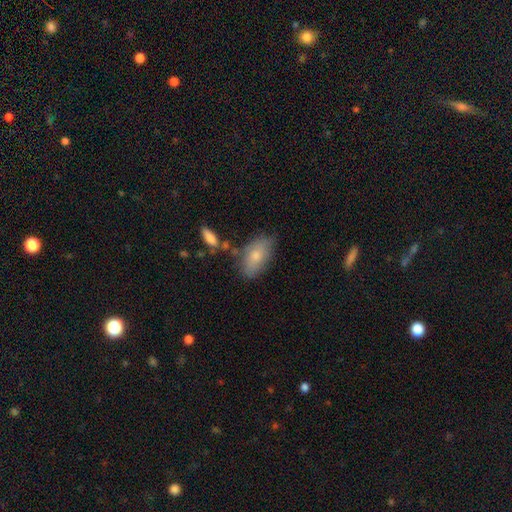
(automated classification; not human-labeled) A smooth galaxy with no disk features (74%) that is in between round and cigar-shaped (92%). Merging: none (64%).